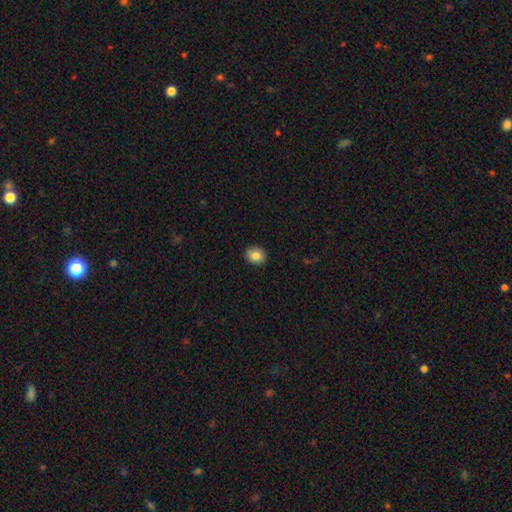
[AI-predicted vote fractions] Overall: smooth (84%). How rounded: round (52%; in between 47%). Merging: none (90%).